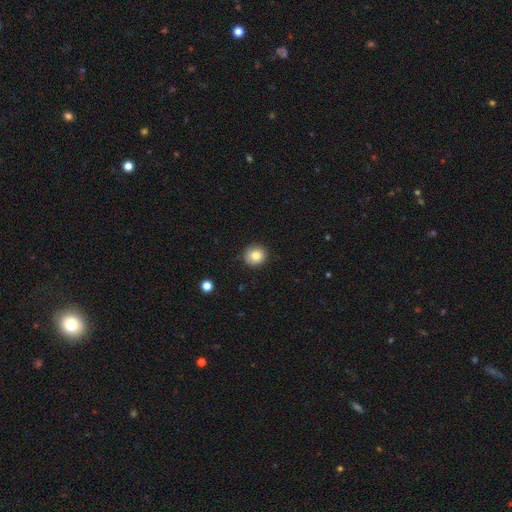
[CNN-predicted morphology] The model was most divided on "smooth or featured": smooth: 83%, star or artifact: 10%, featured or disk: 7%. More confident: how rounded — round (90%); merging — none (89%).